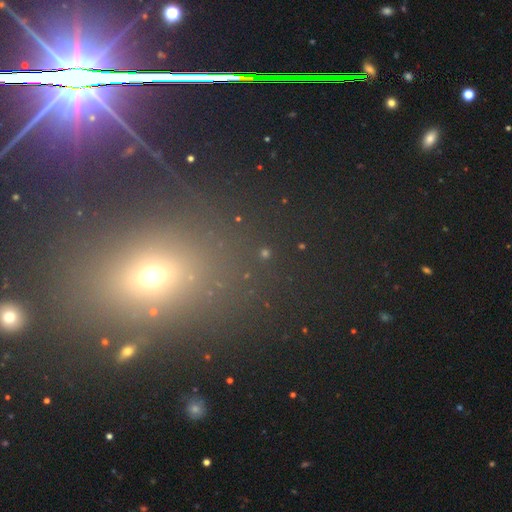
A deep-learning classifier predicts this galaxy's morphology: type=star or artifact (52%).